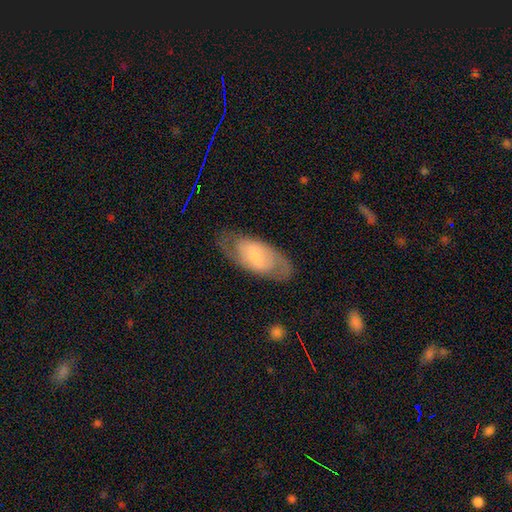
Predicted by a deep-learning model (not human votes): Overall: featured or disk (60%; smooth 34%). Edge-on disk: no (91%). Bar: weak (49%; strong 29%). Spiral arms: yes (75%). Bulge size: small (38%; moderate 36%). Merging: none (75%).